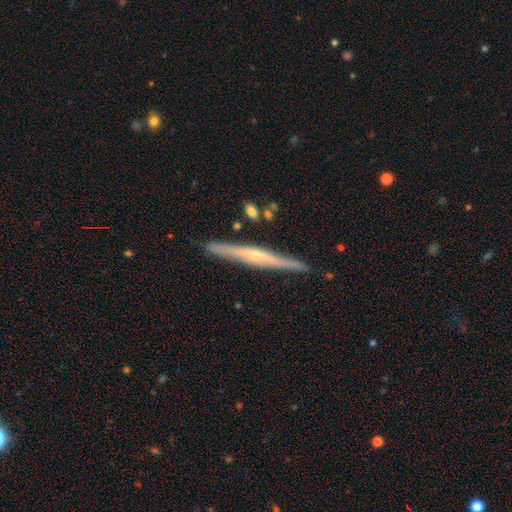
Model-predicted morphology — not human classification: This is likely a featured or disk galaxy (77%). It is clearly viewed edge-on (97%). Edge-on bulge: likely rounded (72%). Merging: clearly none (89%).